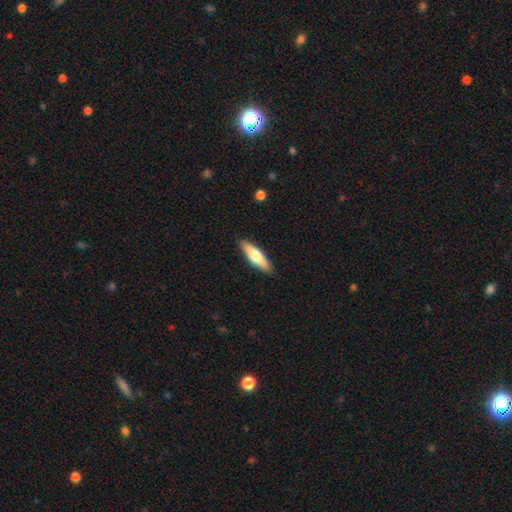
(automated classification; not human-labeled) A smooth galaxy with no disk features (56%) that is cigar-shaped (59%). Merging: none (89%).